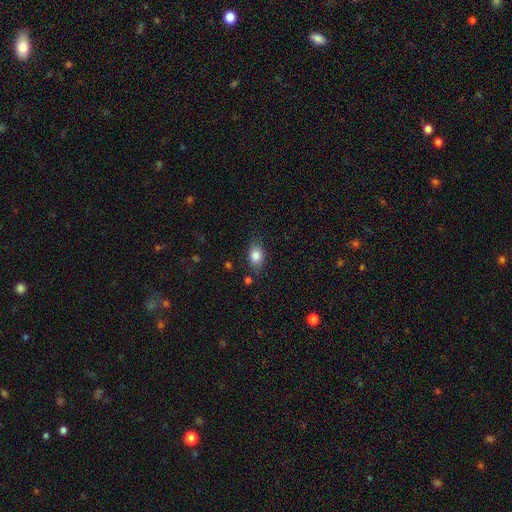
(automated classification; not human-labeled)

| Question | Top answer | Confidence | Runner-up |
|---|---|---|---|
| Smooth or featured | smooth | 83% | featured or disk (9%) |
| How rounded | in between | 82% | round (15%) |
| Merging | none | 78% | minor disturbance (15%) |